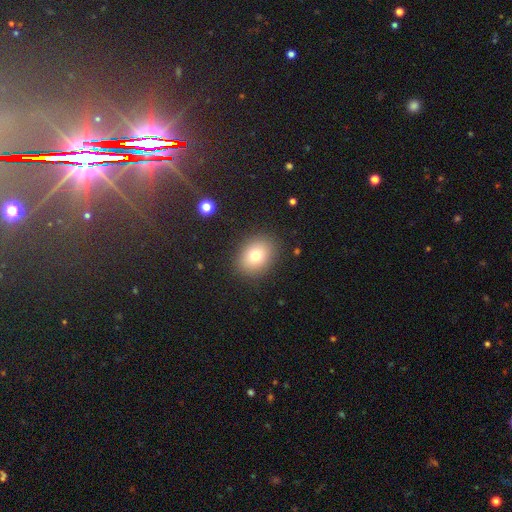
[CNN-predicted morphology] Overall: smooth (76%). How rounded: in between (51%; round 48%). Merging: none (88%).